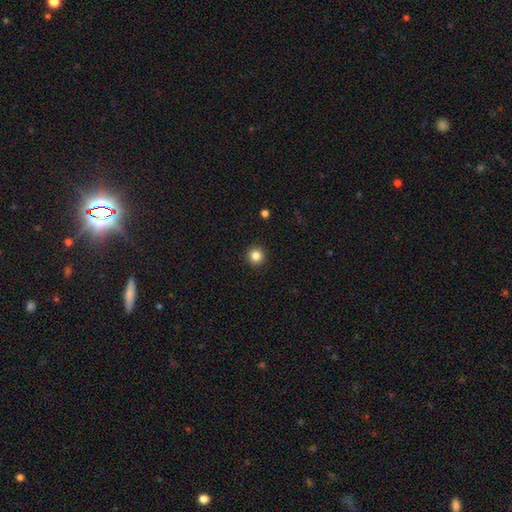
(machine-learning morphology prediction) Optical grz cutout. It shows a smooth galaxy with no disk features (85%) that is round (95%). Merging: none (93%).